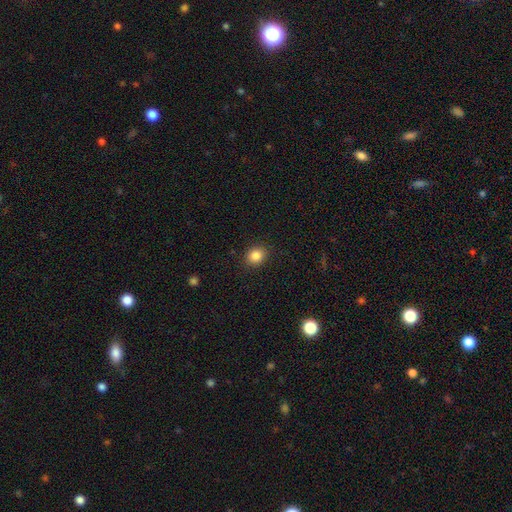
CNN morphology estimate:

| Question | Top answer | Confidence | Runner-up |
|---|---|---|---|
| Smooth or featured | smooth | 86% | star or artifact (10%) |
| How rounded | round | 64% | in between (35%) |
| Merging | none | 88% | minor disturbance (8%) |